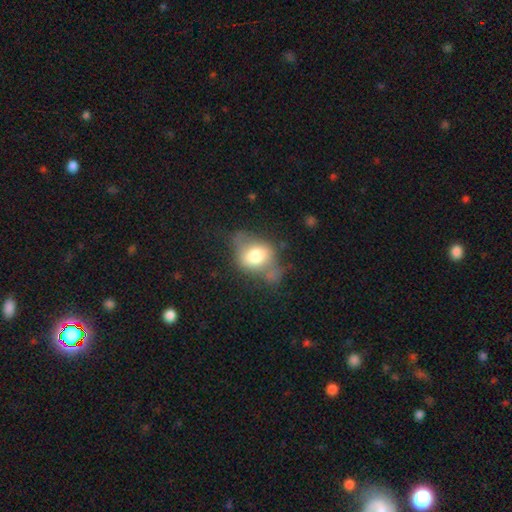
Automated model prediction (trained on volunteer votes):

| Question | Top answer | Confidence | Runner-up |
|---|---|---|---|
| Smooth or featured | smooth | 61% | featured or disk (30%) |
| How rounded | in between | 68% | round (29%) |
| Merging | none | 37% | minor disturbance (29%) |